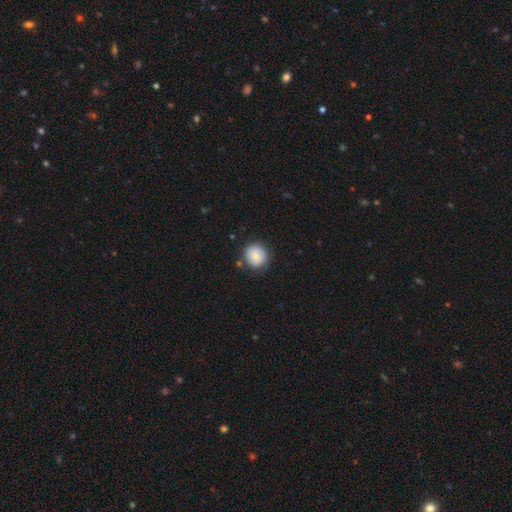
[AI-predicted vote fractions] Smooth or featured? smooth (72%)
How rounded? round (90%)
Merging? none (78%)